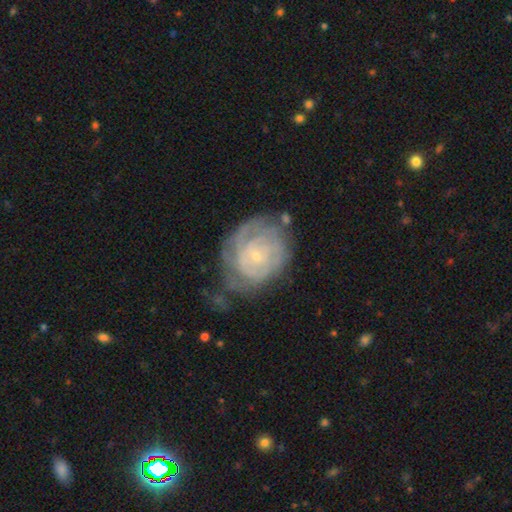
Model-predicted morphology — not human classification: This is likely a featured or disk galaxy (74%). It is clearly not viewed edge-on (97%). Bar: likely no (76%). Spiral arm pattern: clearly yes (81%). Spiral arm count: possibly can't tell (56%). Spiral winding: likely tight (74%). Central bulge: clearly small (82%). Merging: possibly none (47%).